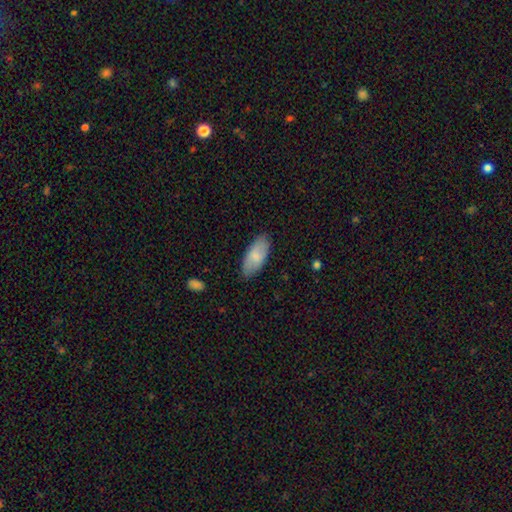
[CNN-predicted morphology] smooth 79%, featured or disk 16%, star or artifact 6%. Down the decision tree: how rounded — in between (88%); merging — none (84%).